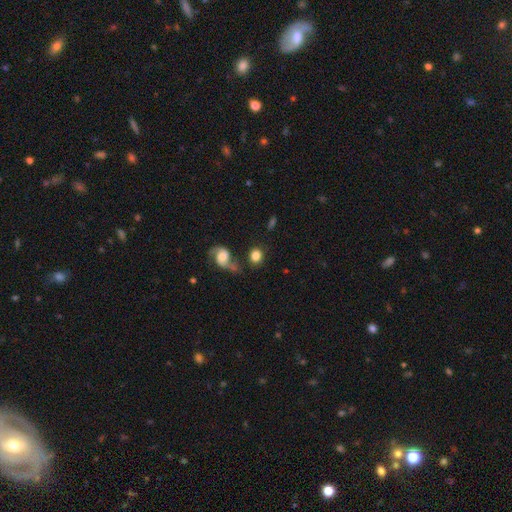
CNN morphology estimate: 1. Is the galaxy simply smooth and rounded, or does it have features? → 77% smooth, 15% featured or disk, 8% star or artifact.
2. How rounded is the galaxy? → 74% round, 24% in between, 1% cigar-shaped.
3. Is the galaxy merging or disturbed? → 64% none, 16% merger, 13% minor disturbance, 7% major disturbance.